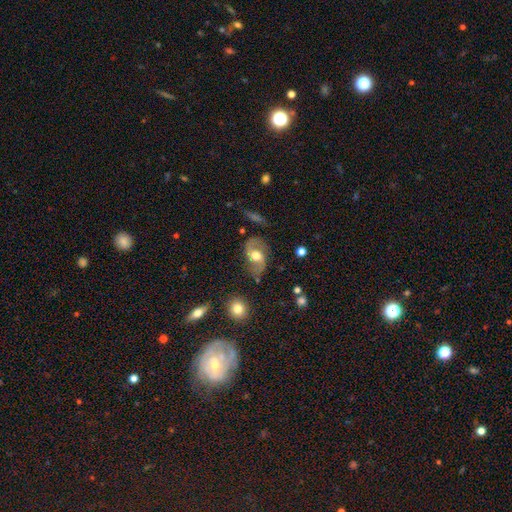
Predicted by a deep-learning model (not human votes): smooth-or-featured: featured or disk: 77% | smooth: 16% | star or artifact: 7%
  disk-edge-on: no: 96% | yes: 4%
    bar: no: 52% | weak: 37% | strong: 11%
    has-spiral-arms: yes: 92% | no: 8%
      spiral-winding: loose: 63% | medium: 30% | tight: 7%
      spiral-arm-count: 2: 92% | can't tell: 3% | 1: 2% | 3: 1% | 4: 1% | more than 4: 1%
    bulge-size: moderate: 71% | large: 17% | small: 9% | dominant: 1% | none: 1%
  merging: none: 72% | minor disturbance: 17% | major disturbance: 8% | merger: 3%